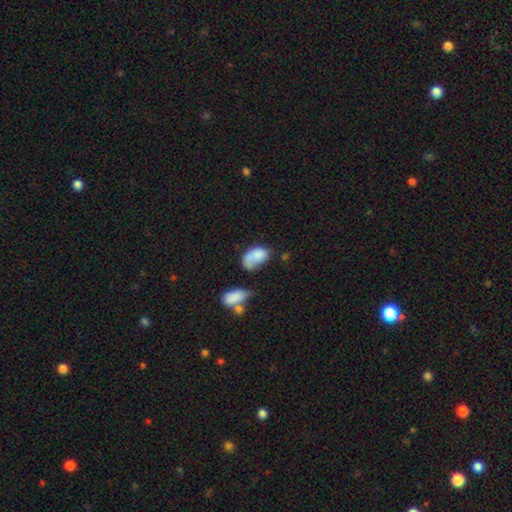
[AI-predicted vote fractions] smooth-or-featured: smooth: 74% | featured or disk: 18% | star or artifact: 9%
  how-rounded: in between: 88% | round: 11% | cigar-shaped: 2%
  merging: none: 29% | major disturbance: 26% | minor disturbance: 24% | merger: 21%